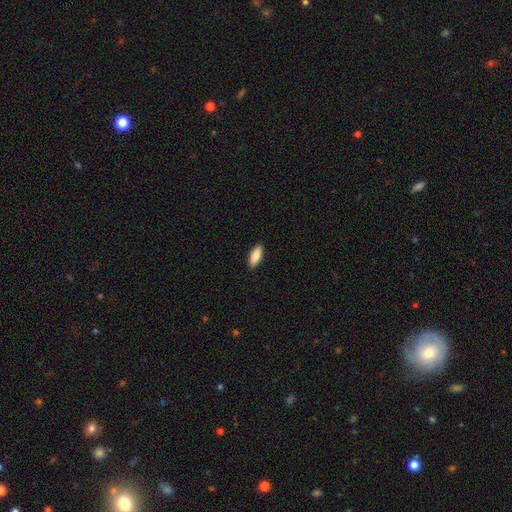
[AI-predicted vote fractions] This appears to be a smooth galaxy with no disk features (86%) that is in between round and cigar-shaped (80%). Merging: none (89%).